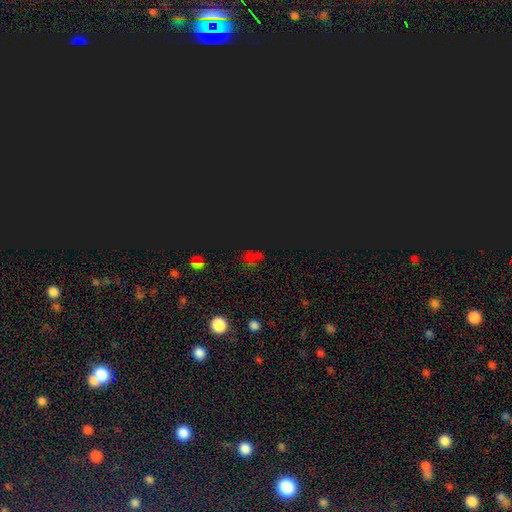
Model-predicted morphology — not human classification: smooth_or_featured: star or artifact (p=0.66) [alt: smooth p=0.26]